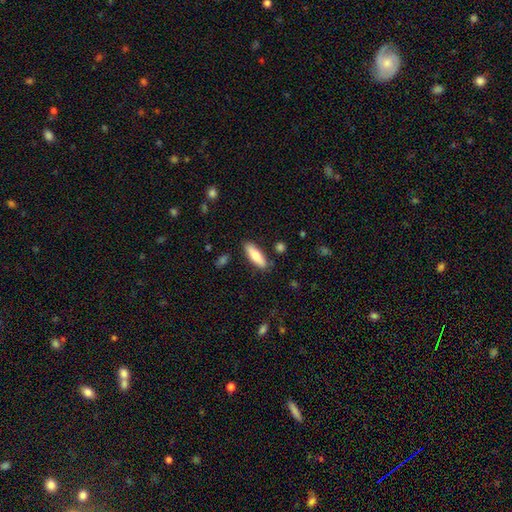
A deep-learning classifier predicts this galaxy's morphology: smooth_or_featured: smooth (p=0.79) [alt: featured or disk p=0.15]
how_rounded: cigar-shaped (p=0.52) [alt: in between p=0.46]
merging: none (p=0.84) [alt: minor disturbance p=0.11]